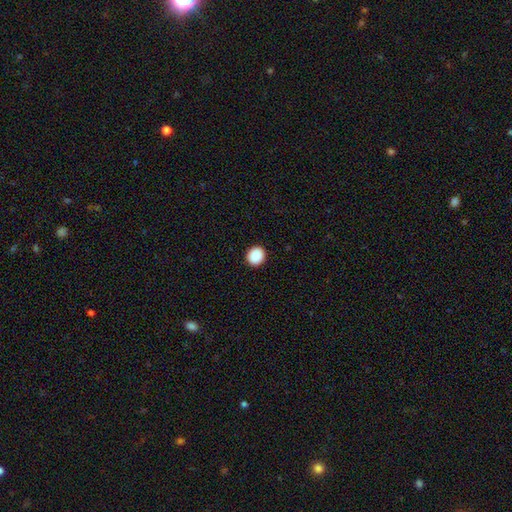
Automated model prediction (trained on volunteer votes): Smooth or featured? smooth (90%)
How rounded? round (78%)
Merging? none (92%)